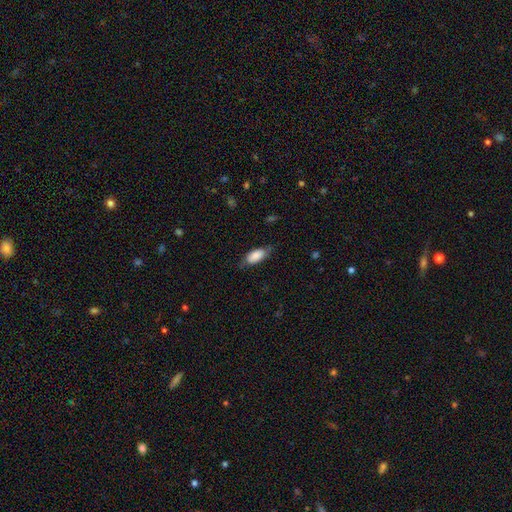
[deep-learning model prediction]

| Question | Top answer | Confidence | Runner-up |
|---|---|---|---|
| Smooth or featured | smooth | 83% | featured or disk (11%) |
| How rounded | in between | 86% | cigar-shaped (12%) |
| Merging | none | 68% | minor disturbance (25%) |